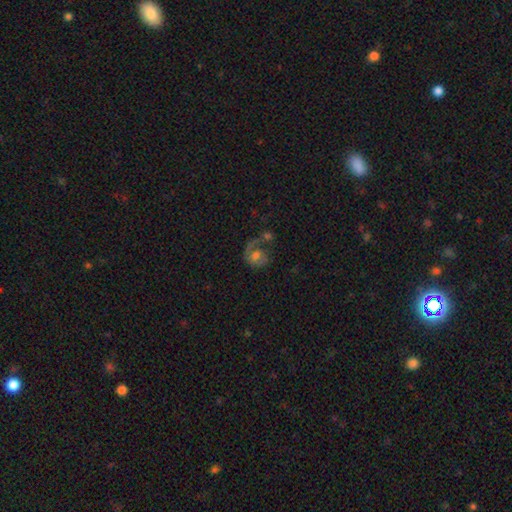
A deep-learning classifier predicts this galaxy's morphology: This appears to be a featured or disk galaxy (55%) with no bar (70%), spiral arms (71%) and a moderate central bulge (42%). Merging: major disturbance (35%).